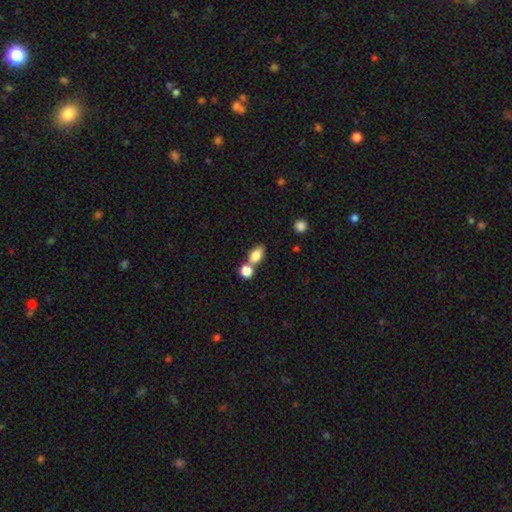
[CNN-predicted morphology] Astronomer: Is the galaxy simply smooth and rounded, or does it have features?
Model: smooth — 82%.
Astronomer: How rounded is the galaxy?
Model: in between — 78%.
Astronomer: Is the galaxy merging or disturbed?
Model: none — 48% (runner-up: merger, 39%).